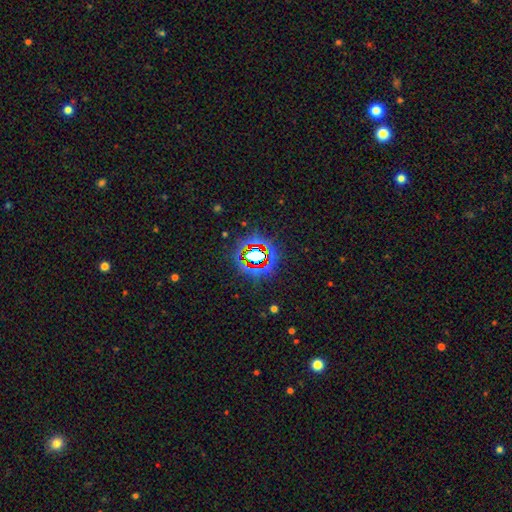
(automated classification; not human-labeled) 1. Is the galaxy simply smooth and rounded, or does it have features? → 71% star or artifact, 18% smooth, 11% featured or disk.